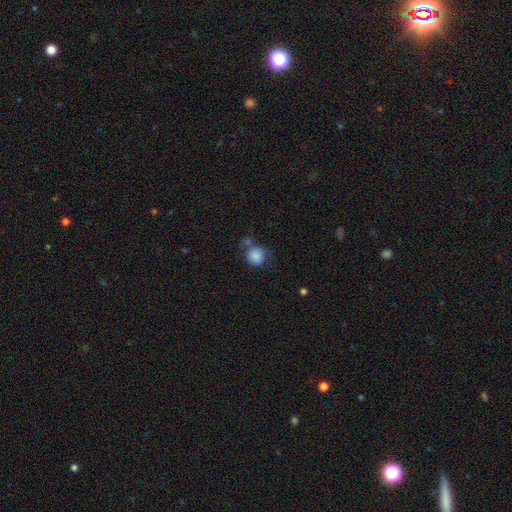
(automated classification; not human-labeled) Smooth or featured?
  - smooth: 85% *
  - star or artifact: 8%
  - featured or disk: 7%
How rounded?
  - round: 88% *
  - in between: 11%
  - cigar-shaped: 1%
Merging?
  - none: 52% *
  - merger: 20%
  - minor disturbance: 19%
  - major disturbance: 9%